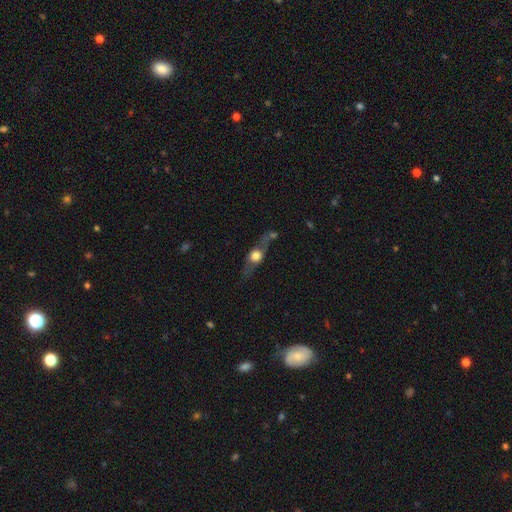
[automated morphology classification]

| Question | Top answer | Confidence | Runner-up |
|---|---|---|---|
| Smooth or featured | featured or disk | 60% | smooth (32%) |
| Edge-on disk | yes | 81% | no (19%) |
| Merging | none | 62% | minor disturbance (18%) |